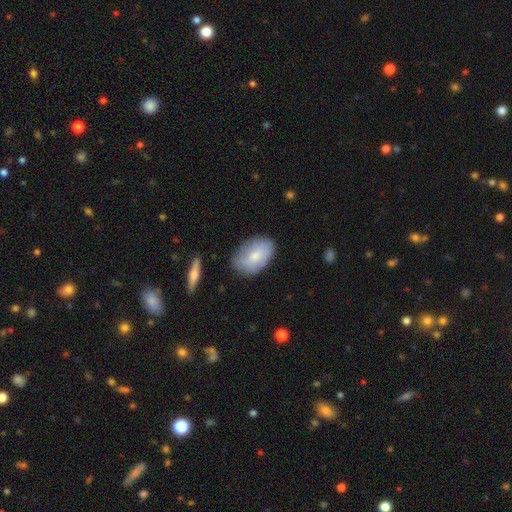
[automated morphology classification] Smooth or featured? Predicted: smooth (p=0.66). How rounded? Predicted: in between (p=0.90). Merging? Predicted: none (p=0.75).